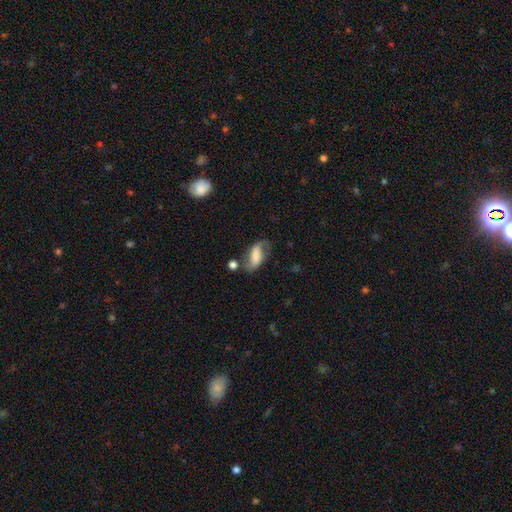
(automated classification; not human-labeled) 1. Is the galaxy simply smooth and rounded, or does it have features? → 57% featured or disk, 35% smooth, 8% star or artifact.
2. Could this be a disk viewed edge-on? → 93% no, 7% yes.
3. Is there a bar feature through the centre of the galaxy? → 35% strong, 34% weak, 30% no.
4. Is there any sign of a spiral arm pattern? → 86% yes, 14% no.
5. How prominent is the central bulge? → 29% none, 22% large, 22% moderate, 21% small, 7% dominant.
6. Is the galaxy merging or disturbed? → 56% none, 22% minor disturbance, 12% major disturbance, 9% merger.